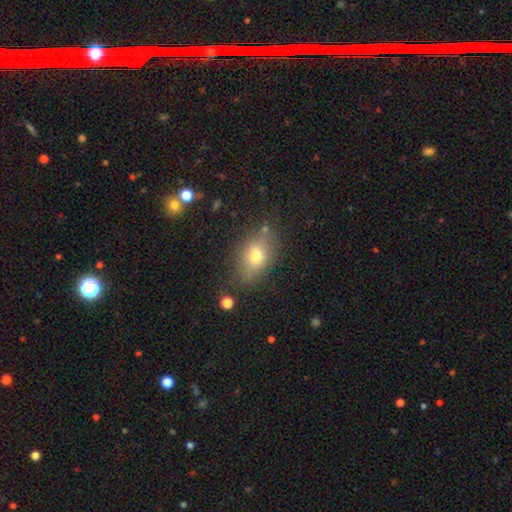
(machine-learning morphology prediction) Q: Smooth or featured?
A: smooth (71%); runner-up: featured or disk (17%)
Q: How rounded?
A: in between (75%); runner-up: round (22%)
Q: Merging?
A: none (73%); runner-up: minor disturbance (17%)